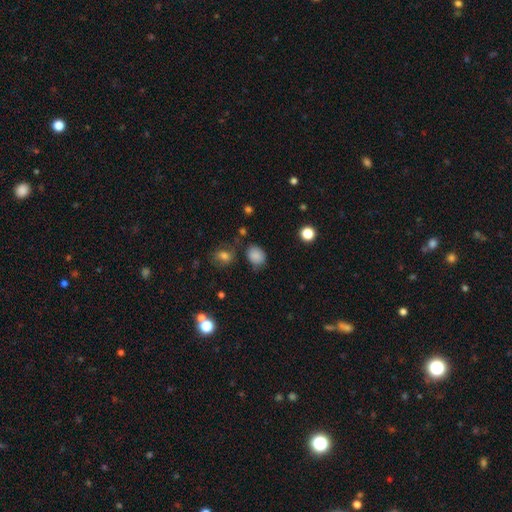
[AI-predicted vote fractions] smooth_or_featured: smooth (p=0.84) [alt: star or artifact p=0.12]
how_rounded: round (p=0.55) [alt: in between p=0.44]
merging: none (p=0.73) [alt: minor disturbance p=0.18]